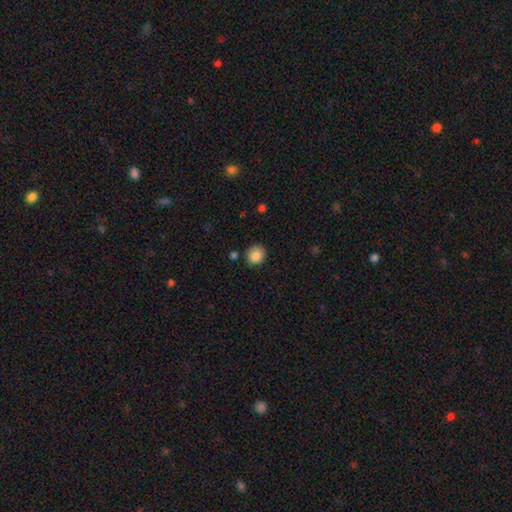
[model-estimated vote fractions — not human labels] smooth 87%, star or artifact 9%, featured or disk 4%. Down the decision tree: how rounded — round (82%); merging — none (86%).